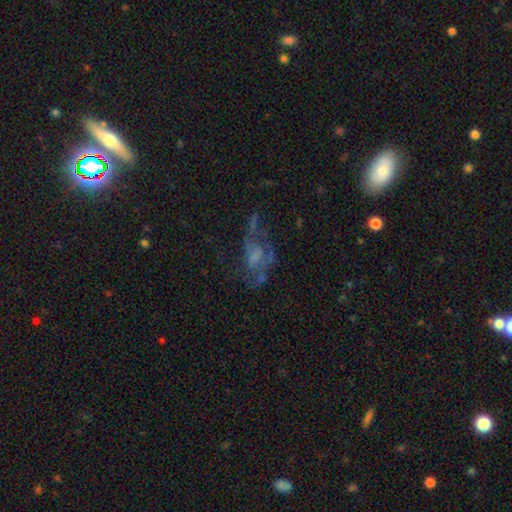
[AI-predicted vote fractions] Smooth or featured? Predicted: featured or disk (p=0.61). Edge-on disk? Predicted: no (p=0.96). Bar? Predicted: no (p=0.61). Spiral arms? Predicted: yes (p=0.56). Bulge size? Predicted: none (p=0.43). Merging? Predicted: major disturbance (p=0.42).